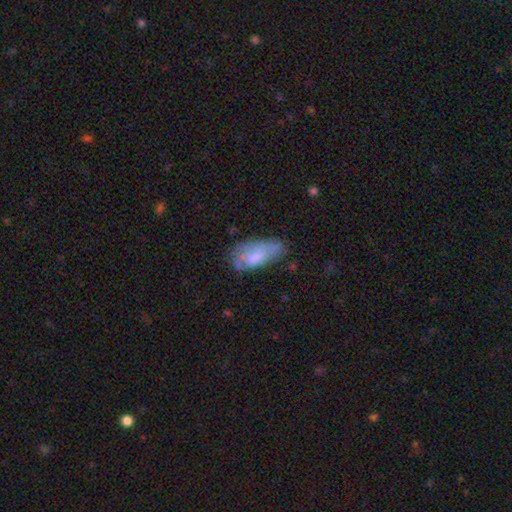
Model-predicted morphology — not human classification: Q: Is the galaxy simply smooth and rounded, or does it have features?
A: smooth — 60%.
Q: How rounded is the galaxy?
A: in between — 85%.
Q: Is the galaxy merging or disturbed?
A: none — 45%.